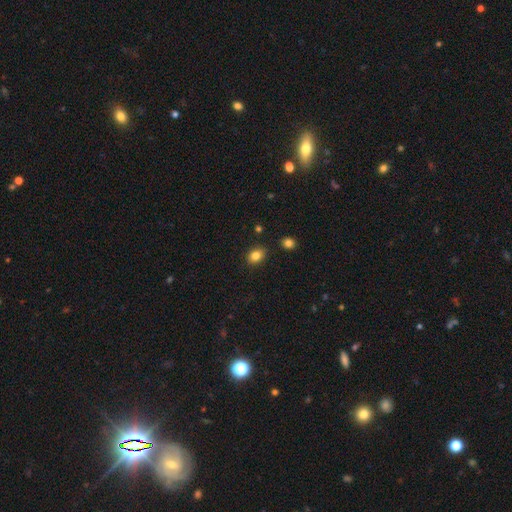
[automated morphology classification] smooth_or_featured: smooth (p=0.84) [alt: star or artifact p=0.10]
how_rounded: in between (p=0.66) [alt: round p=0.33]
merging: none (p=0.86) [alt: minor disturbance p=0.10]